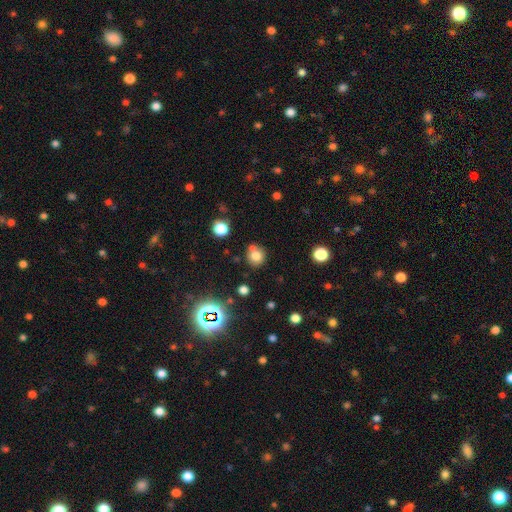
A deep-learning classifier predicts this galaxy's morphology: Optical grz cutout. It shows a smooth galaxy with no disk features (75%) that is round (85%). Merging: none (68%).